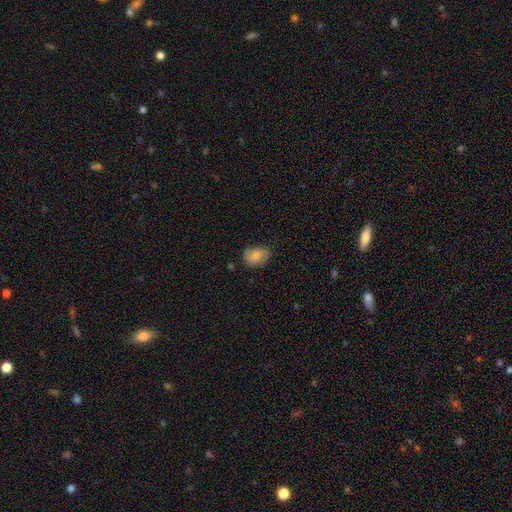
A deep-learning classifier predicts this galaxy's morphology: This appears to be a smooth galaxy with no disk features (75%) that is in between round and cigar-shaped (67%). Merging: none (65%).